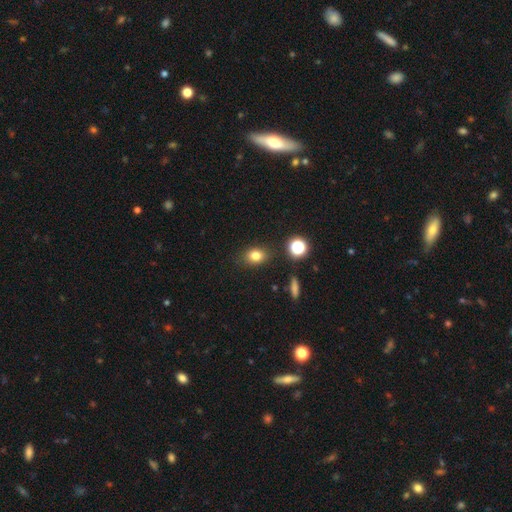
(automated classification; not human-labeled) Morphology: type=smooth (79%); roundness=in between (62%); merging=none (83%).